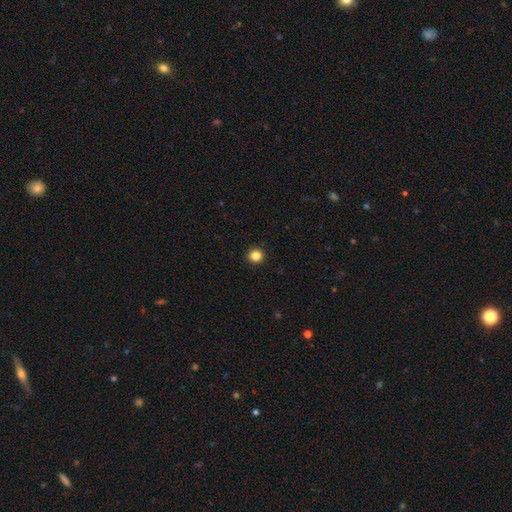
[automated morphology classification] This is clearly a smooth galaxy (85%). How rounded: clearly round (92%). Merging: clearly none (93%).